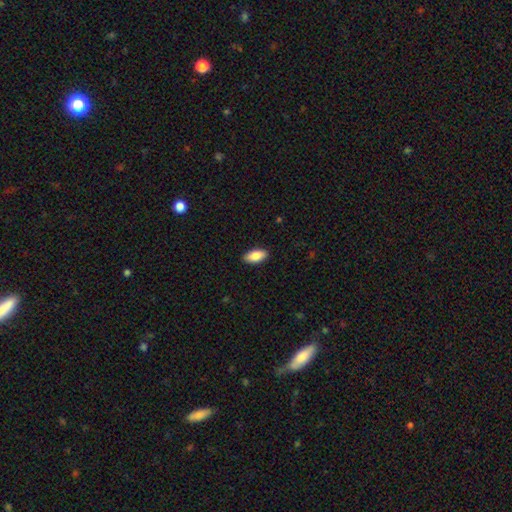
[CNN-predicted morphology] Smooth or featured? smooth (88%)
How rounded? in between (92%)
Merging? none (89%)